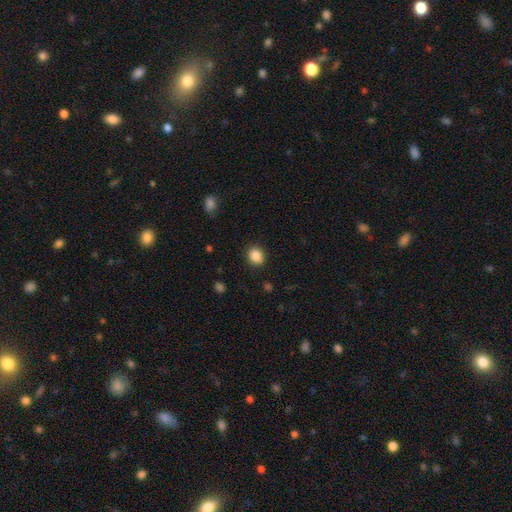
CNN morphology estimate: This is clearly a smooth galaxy (86%). How rounded: likely round (64%). Merging: clearly none (87%).